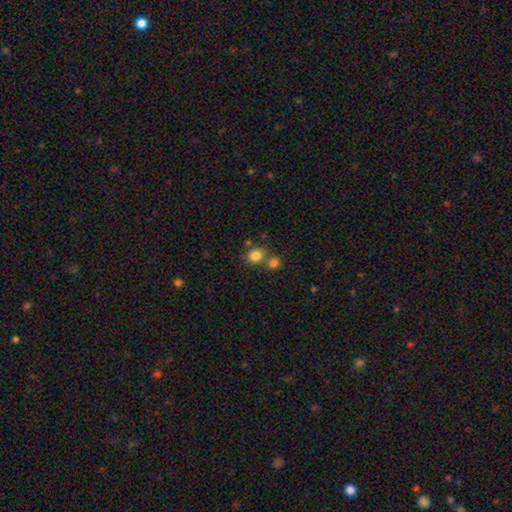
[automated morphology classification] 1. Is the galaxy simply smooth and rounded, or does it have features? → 83% smooth, 11% star or artifact, 6% featured or disk.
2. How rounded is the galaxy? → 64% round, 35% in between, 1% cigar-shaped.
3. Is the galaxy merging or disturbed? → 61% none, 26% merger, 9% minor disturbance, 3% major disturbance.